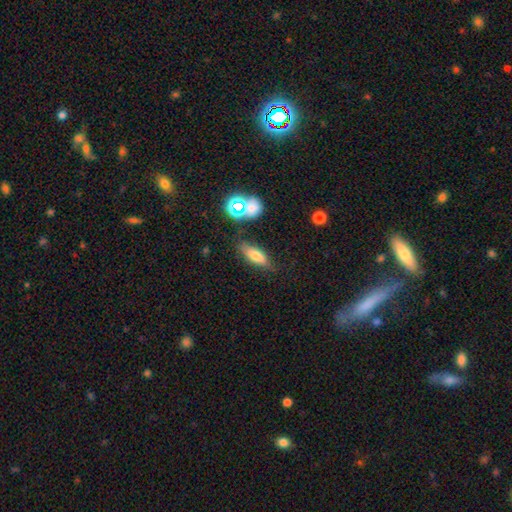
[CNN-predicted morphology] Smooth or featured? smooth (67%)
How rounded? in between (58%)
Merging? none (74%)